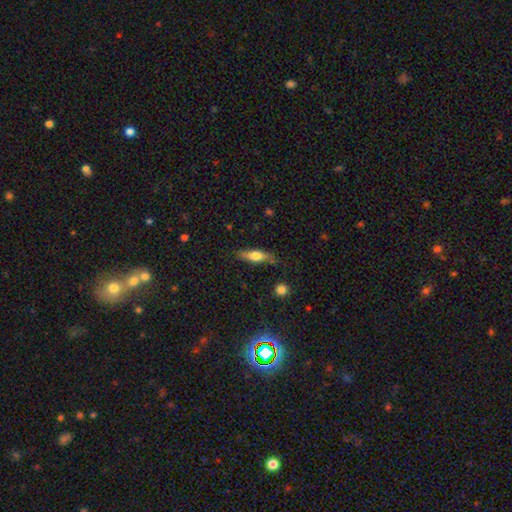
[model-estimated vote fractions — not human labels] This is possibly a smooth galaxy (60%). How rounded: possibly cigar-shaped (52%). Merging: likely none (78%).